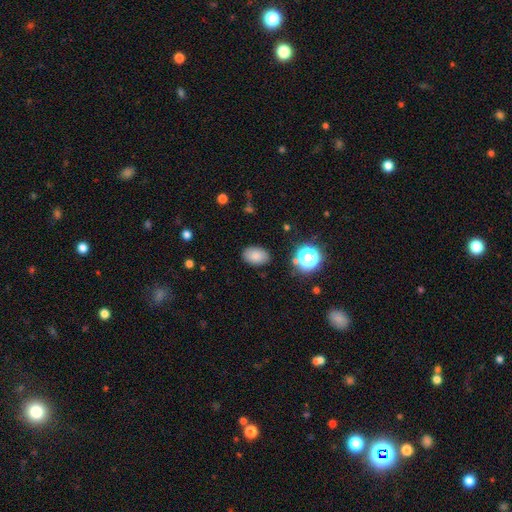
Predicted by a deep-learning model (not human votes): A smooth galaxy with no disk features (81%) that is in between round and cigar-shaped (86%). Merging: none (84%).